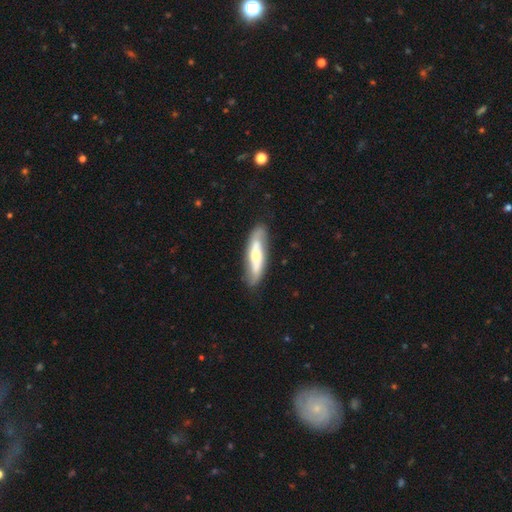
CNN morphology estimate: Smooth or featured? featured or disk (56%)
Edge-on disk? no (62%)
Merging? none (79%)